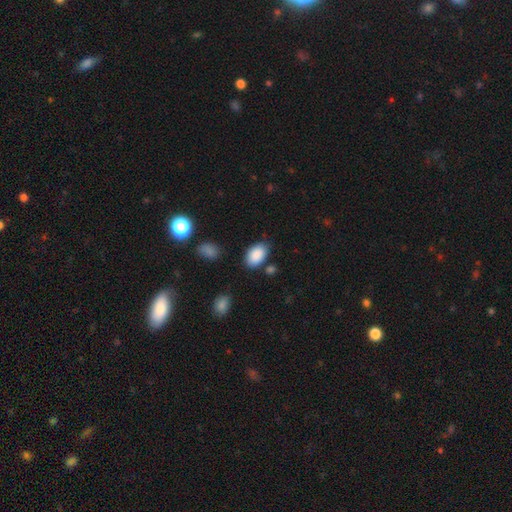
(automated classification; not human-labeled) This is clearly a smooth galaxy (89%). How rounded: clearly in between (90%). Merging: clearly none (80%).